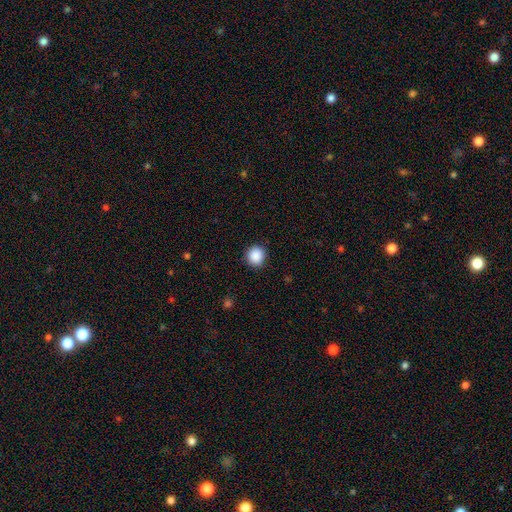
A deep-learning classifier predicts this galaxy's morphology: Smooth or featured? Predicted: smooth (p=0.89). How rounded? Predicted: round (p=0.91). Merging? Predicted: none (p=0.90).